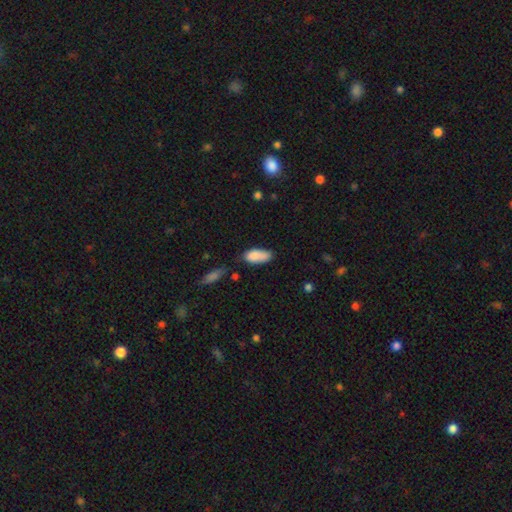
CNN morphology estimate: Q: Smooth or featured?
A: smooth (85%); runner-up: featured or disk (7%)
Q: How rounded?
A: in between (86%); runner-up: cigar-shaped (11%)
Q: Merging?
A: none (53%); runner-up: minor disturbance (32%)